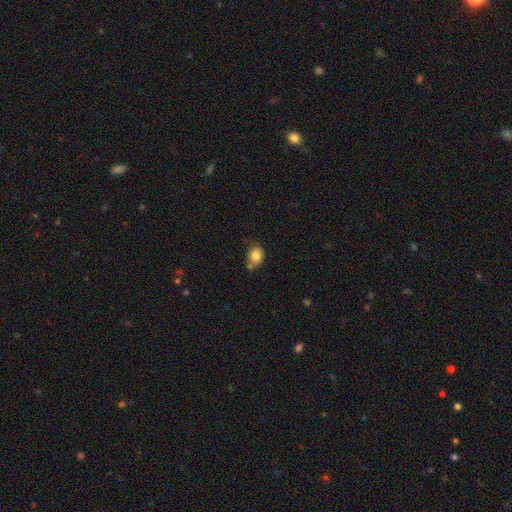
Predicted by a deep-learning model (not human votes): The model was most divided on "how rounded": round: 51%, in between: 48%, cigar-shaped: 1%. More confident: smooth or featured — smooth (81%); merging — none (53%).